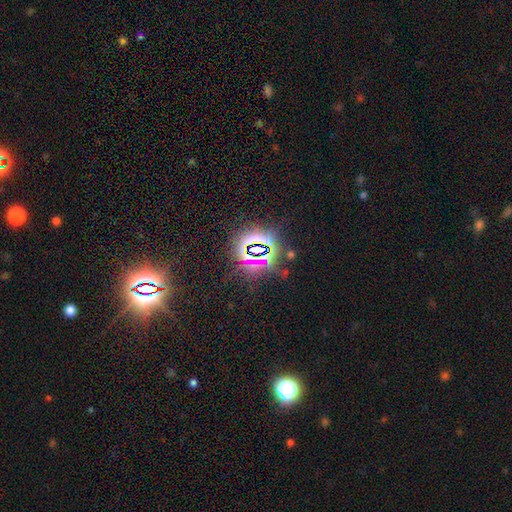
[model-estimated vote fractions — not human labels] Morphology: type=star or artifact (81%).